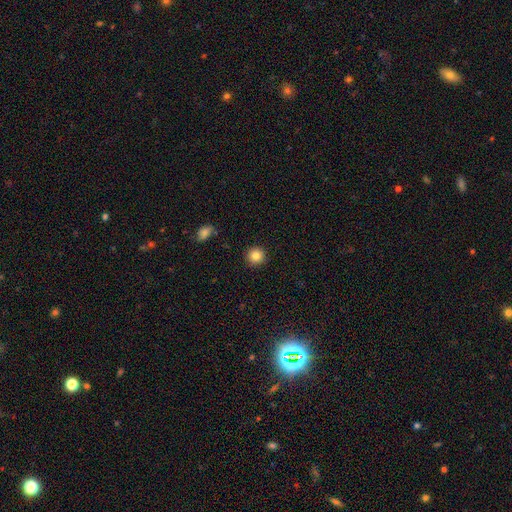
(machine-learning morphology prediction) A smooth galaxy with no disk features (86%) that is round (94%).

Vote fractions:
- Smooth or featured? smooth: 86% / star or artifact: 10% / featured or disk: 4%
- How rounded? round: 94% / in between: 5% / cigar-shaped: 1%
- Merging? none: 91% / minor disturbance: 6% / major disturbance: 2% / merger: 1%